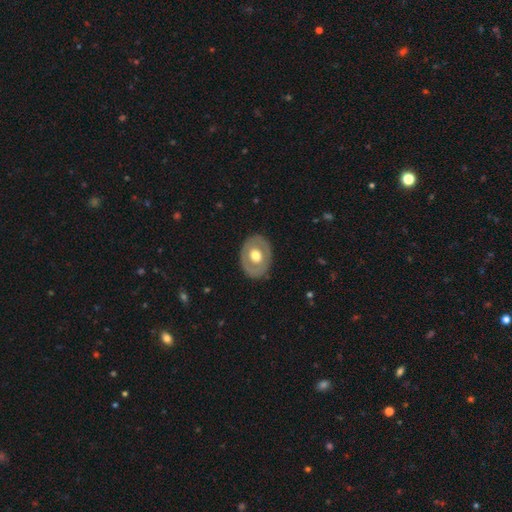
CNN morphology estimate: Q: Smooth or featured?
A: featured or disk (48%); runner-up: smooth (47%)
Q: Merging?
A: none (84%); runner-up: minor disturbance (11%)